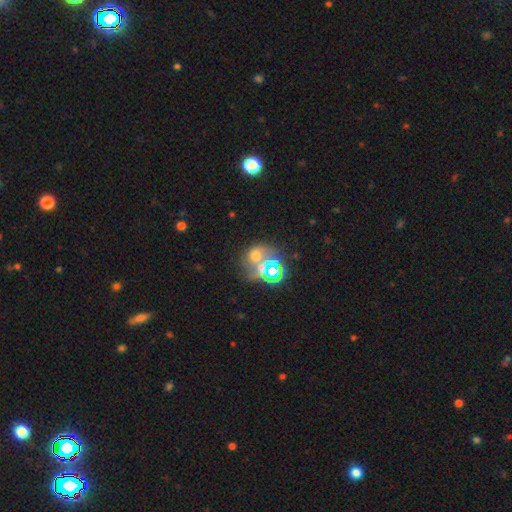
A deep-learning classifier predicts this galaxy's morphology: Overall: smooth (44%; star or artifact 39%). Merging: merger (40%; none 38%).